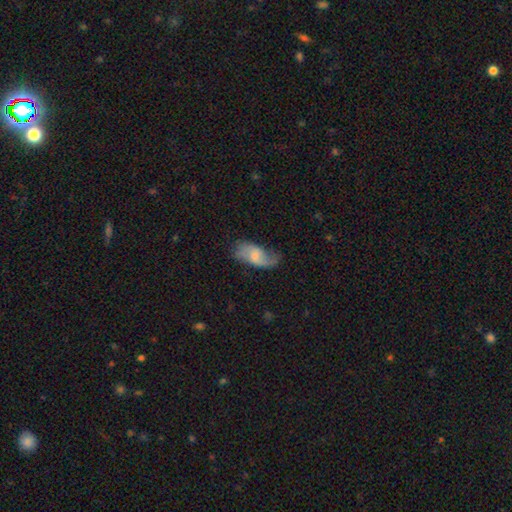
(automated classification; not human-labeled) smooth_or_featured: featured or disk (p=0.51) [alt: smooth p=0.42]
disk_edge_on: no (p=0.94) [alt: yes p=0.06]
merging: none (p=0.51) [alt: minor disturbance p=0.29]